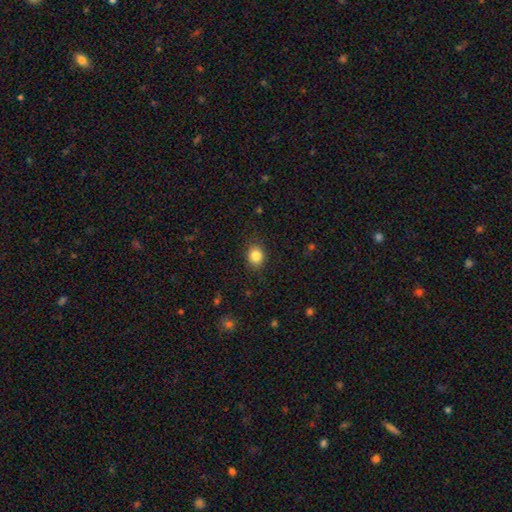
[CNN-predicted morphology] Q: Smooth or featured?
A: smooth (85%); runner-up: star or artifact (10%)
Q: How rounded?
A: round (60%); runner-up: in between (39%)
Q: Merging?
A: none (86%); runner-up: minor disturbance (10%)